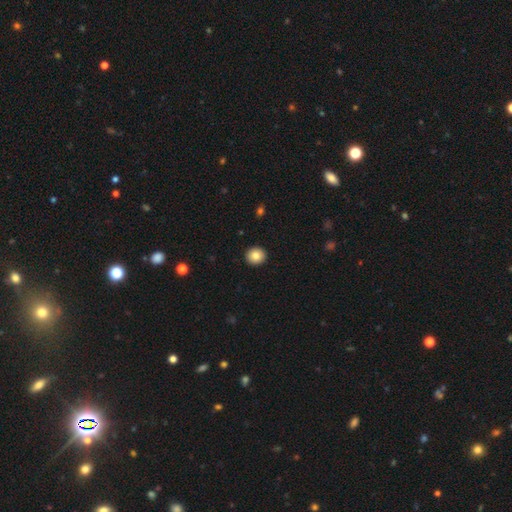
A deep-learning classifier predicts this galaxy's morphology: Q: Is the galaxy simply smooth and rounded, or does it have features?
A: smooth — 84%.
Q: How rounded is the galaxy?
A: round — 87%.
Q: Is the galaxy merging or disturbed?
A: none — 93%.